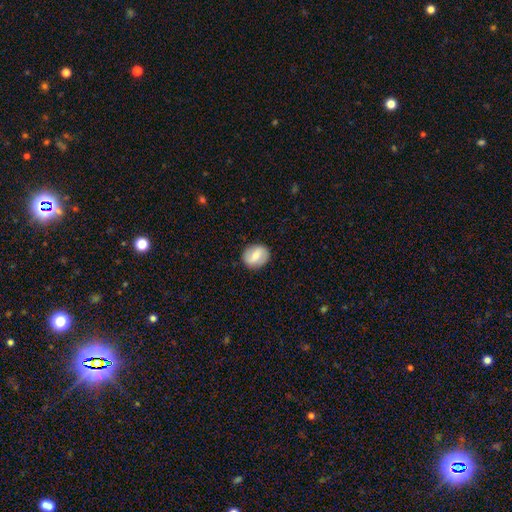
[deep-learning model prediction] Q: Smooth or featured?
A: smooth (58%); runner-up: featured or disk (35%)
Q: How rounded?
A: round (60%); runner-up: in between (39%)
Q: Merging?
A: none (87%); runner-up: minor disturbance (10%)